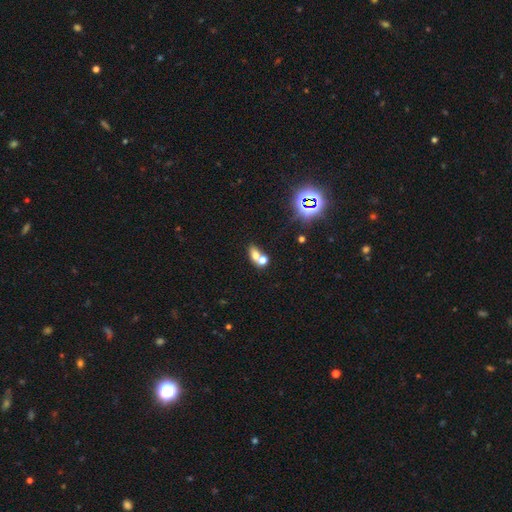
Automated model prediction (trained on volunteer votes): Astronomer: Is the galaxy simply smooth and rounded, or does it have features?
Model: smooth — 65%.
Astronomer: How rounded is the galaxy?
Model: in between — 68%.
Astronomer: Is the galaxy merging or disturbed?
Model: merger — 60%.